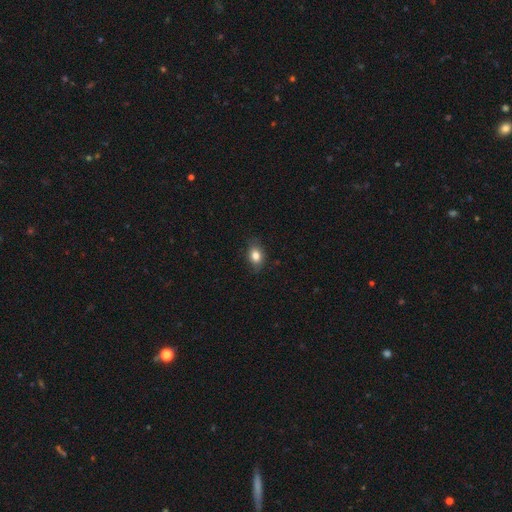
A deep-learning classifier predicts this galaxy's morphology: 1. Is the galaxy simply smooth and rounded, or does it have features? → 82% smooth, 9% star or artifact, 8% featured or disk.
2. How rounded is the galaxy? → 76% in between, 23% round, 2% cigar-shaped.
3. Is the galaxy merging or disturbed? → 79% none, 17% minor disturbance, 3% major disturbance, 1% merger.